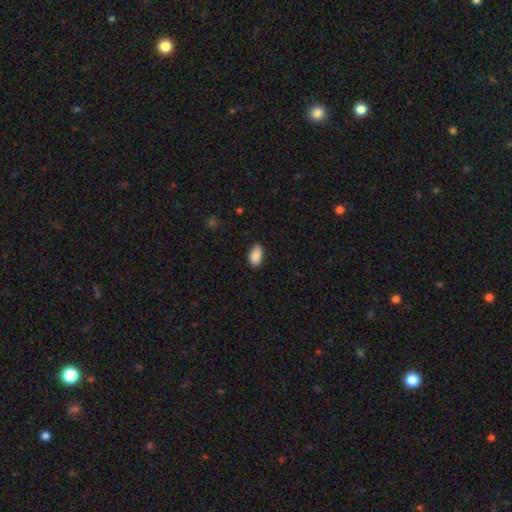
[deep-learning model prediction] This appears to be a smooth galaxy with no disk features (90%) that is in between round and cigar-shaped (94%). Merging: none (84%).